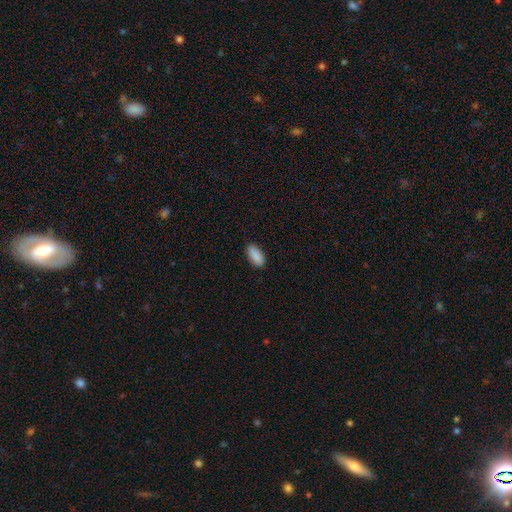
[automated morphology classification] This appears to be a smooth galaxy with no disk features (90%) that is in between round and cigar-shaped (87%). Merging: none (87%).